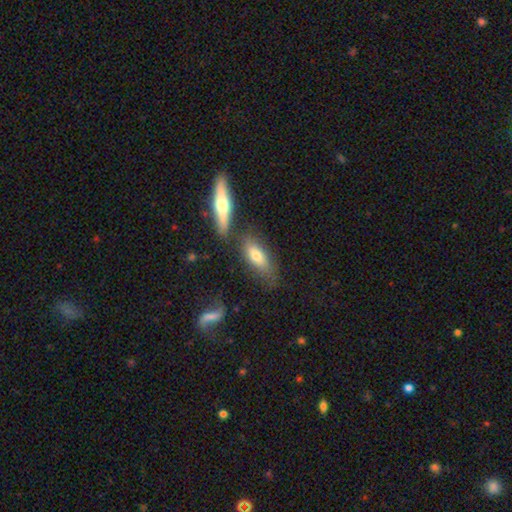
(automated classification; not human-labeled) A smooth galaxy with no disk features (69%) that is in between round and cigar-shaped (66%). Merging: none (66%).